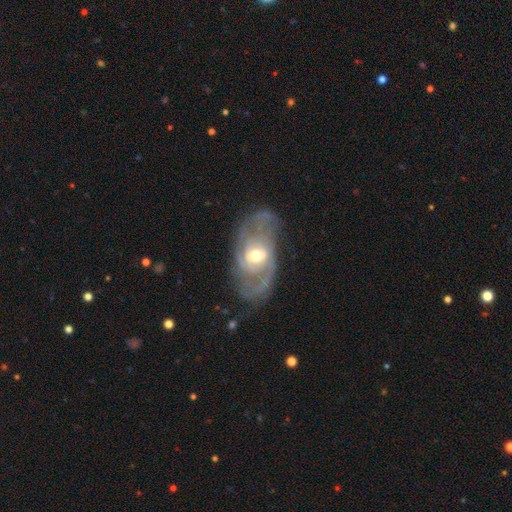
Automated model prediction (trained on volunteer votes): A featured or disk galaxy (85%) with no bar (46%), 2 (56%) tight (45%) spiral arms (90%) and a moderate central bulge (65%).

Vote fractions:
- Smooth or featured? featured or disk: 85% / smooth: 10% / star or artifact: 5%
- Edge-on disk? no: 94% / yes: 6%
- Bar? no: 46% / weak: 40% / strong: 13%
- Spiral arms? yes: 90% / no: 10%
- Spiral winding? tight: 45% / medium: 39% / loose: 15%
- Spiral arm count? 2: 56% / can't tell: 24% / 3: 10% / 1: 4% / 4: 3% / more than 4: 3%
- Bulge size? moderate: 65% / small: 28% / large: 6% / none: 1% / dominant: 1%
- Merging? none: 68% / minor disturbance: 19% / major disturbance: 12% / merger: 2%